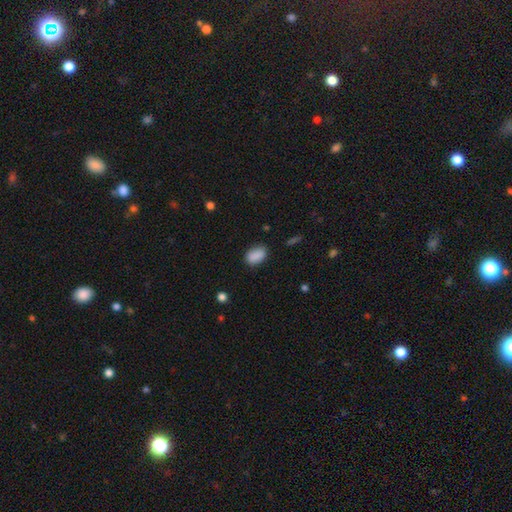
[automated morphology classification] This appears to be a smooth galaxy with no disk features (89%) that is in between round and cigar-shaped (89%). Merging: none (81%).